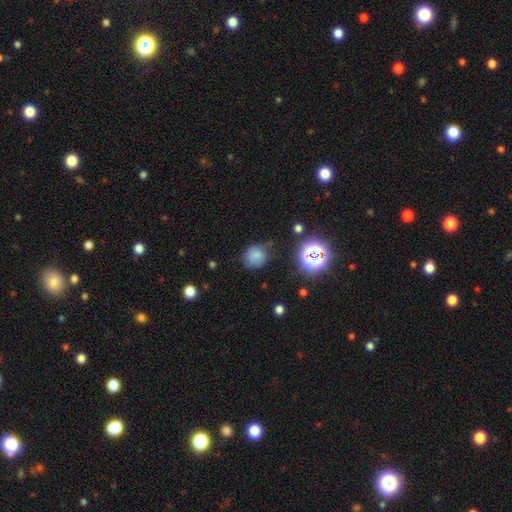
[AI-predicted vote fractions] smooth-or-featured: smooth: 74% | star or artifact: 18% | featured or disk: 9%
  how-rounded: round: 80% | in between: 19% | cigar-shaped: 1%
  merging: none: 62% | minor disturbance: 26% | major disturbance: 8% | merger: 4%